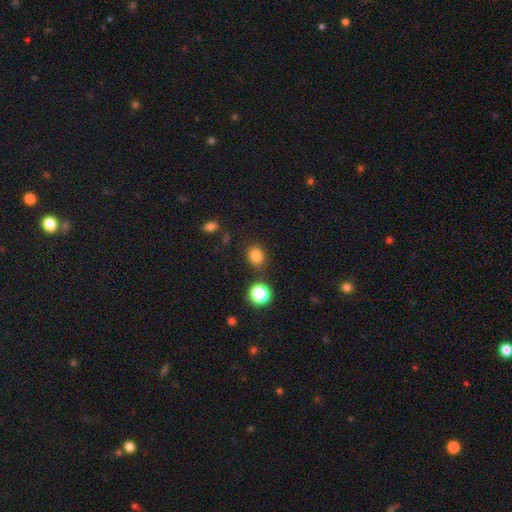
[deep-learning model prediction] This appears to be a smooth galaxy with no disk features (81%) that is round (62%). Merging: none (83%).